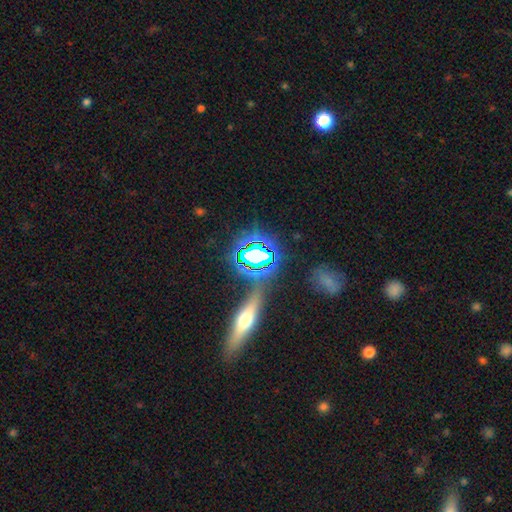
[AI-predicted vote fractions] Morphology: type=star or artifact (66%).